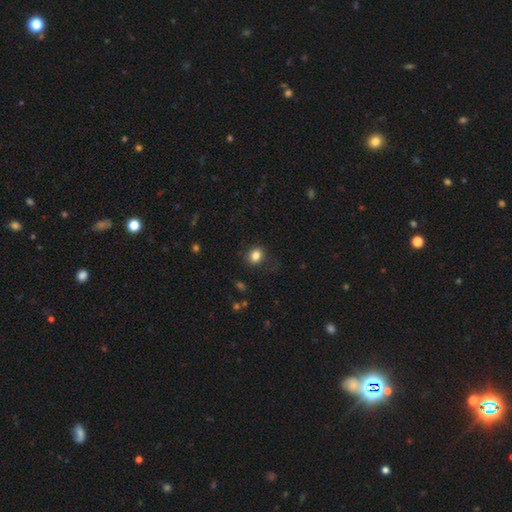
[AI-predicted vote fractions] The model was most divided on "how rounded": round: 67%, in between: 32%, cigar-shaped: 1%. More confident: smooth or featured — smooth (83%); merging — none (80%).